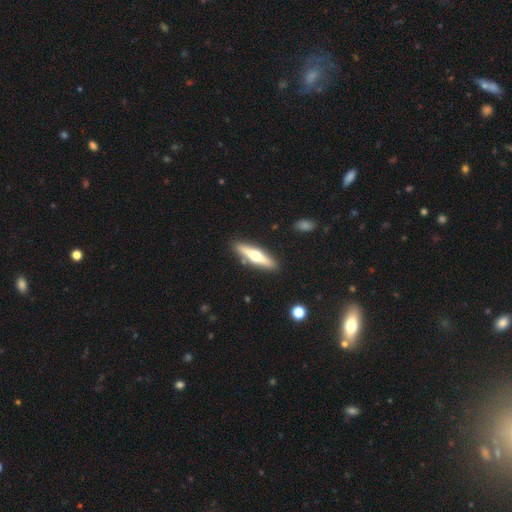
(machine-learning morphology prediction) The model was most divided on "smooth or featured": featured or disk: 56%, smooth: 39%, star or artifact: 5%. More confident: edge-on bulge — rounded (94%); edge-on disk — yes (93%); merging — none (88%).